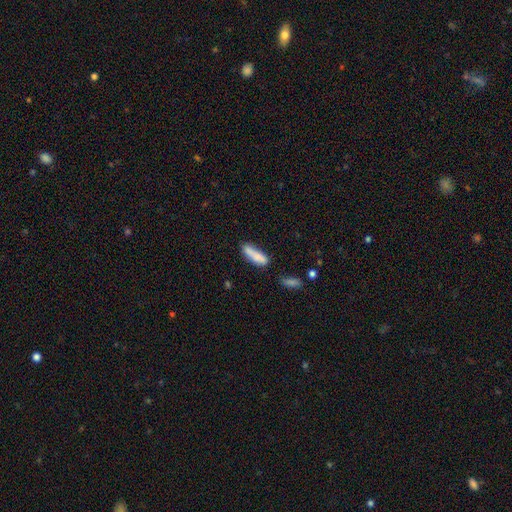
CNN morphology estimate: Smooth or featured?
  - smooth: 83% *
  - featured or disk: 10%
  - star or artifact: 7%
How rounded?
  - cigar-shaped: 59% *
  - in between: 40%
  - round: 2%
Merging?
  - none: 62% *
  - minor disturbance: 23%
  - merger: 9%
  - major disturbance: 6%